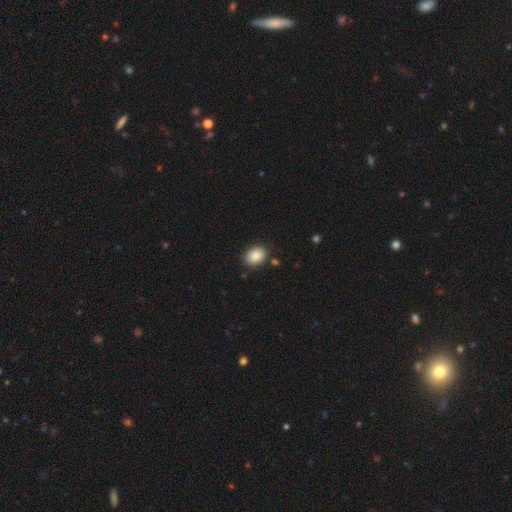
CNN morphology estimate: Smooth or featured? smooth (87%)
How rounded? in between (68%)
Merging? none (85%)